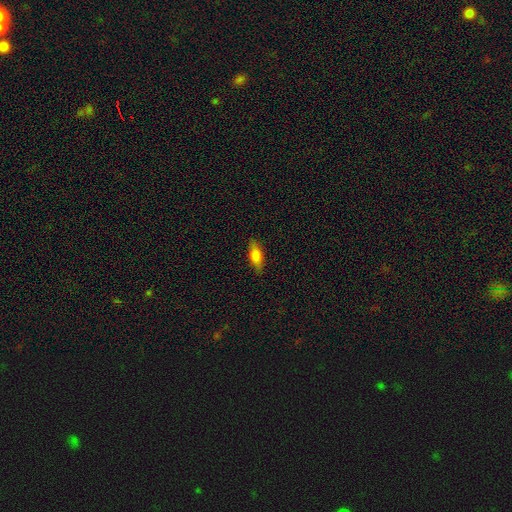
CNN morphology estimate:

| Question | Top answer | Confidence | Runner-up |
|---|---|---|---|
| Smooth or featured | smooth | 78% | featured or disk (15%) |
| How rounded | in between | 68% | cigar-shaped (29%) |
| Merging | none | 84% | minor disturbance (12%) |